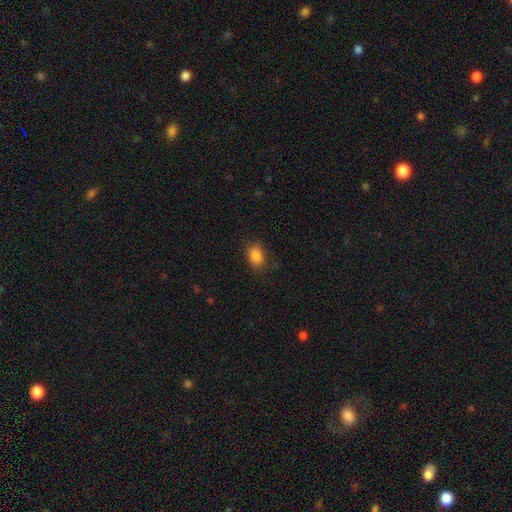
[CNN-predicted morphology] A smooth galaxy with no disk features (87%) that is in between round and cigar-shaped (70%).

Vote fractions:
- Smooth or featured? smooth: 87% / star or artifact: 9% / featured or disk: 4%
- How rounded? in between: 70% / round: 29% / cigar-shaped: 1%
- Merging? none: 83% / minor disturbance: 13% / major disturbance: 3% / merger: 1%